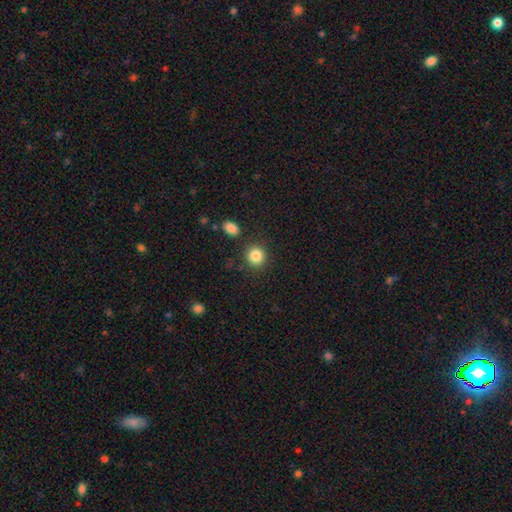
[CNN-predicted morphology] type=smooth (86%); roundness=round (86%); merging=none (85%).